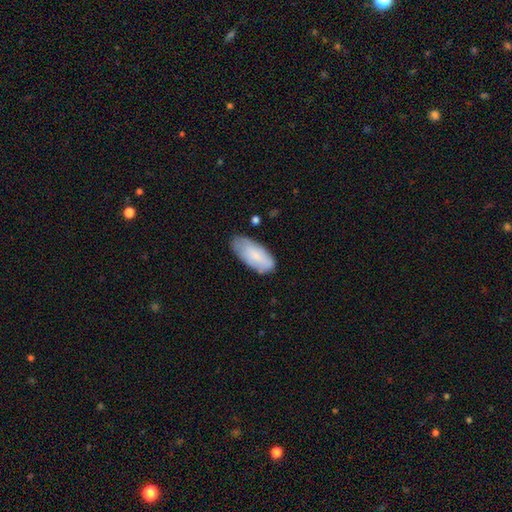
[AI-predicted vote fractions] Smooth or featured? Predicted: smooth (p=0.78). How rounded? Predicted: in between (p=0.89). Merging? Predicted: none (p=0.70).